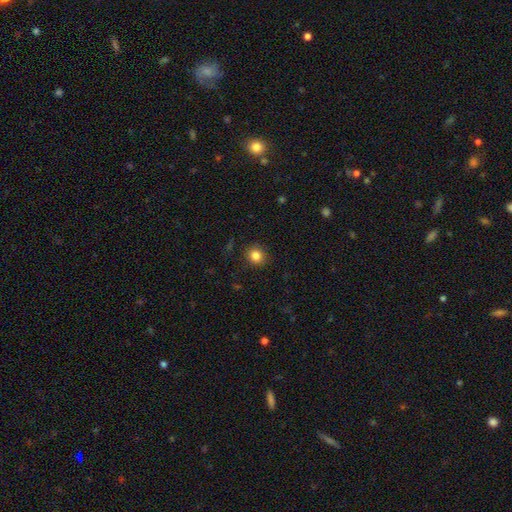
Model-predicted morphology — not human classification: This appears to be a smooth galaxy with no disk features (84%) that is round (87%). Merging: none (89%).